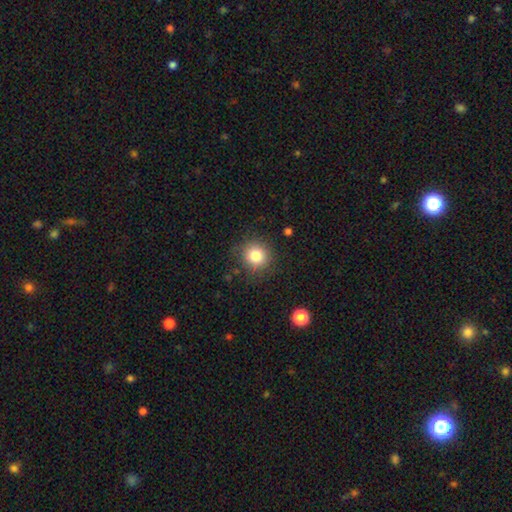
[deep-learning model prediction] A smooth galaxy with no disk features (81%) that is round (90%).

Vote fractions:
- Smooth or featured? smooth: 81% / star or artifact: 12% / featured or disk: 7%
- How rounded? round: 90% / in between: 9% / cigar-shaped: 1%
- Merging? none: 86% / minor disturbance: 10% / major disturbance: 3% / merger: 1%